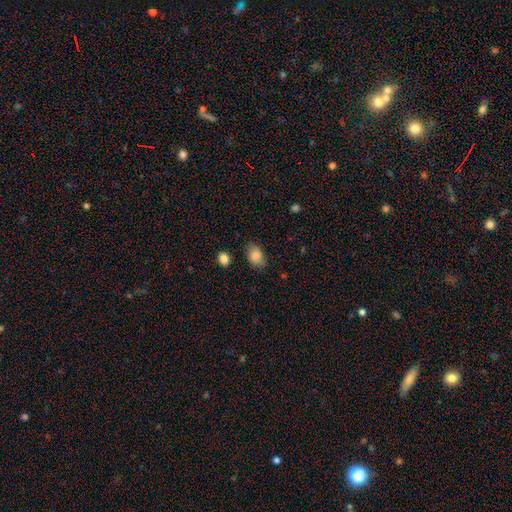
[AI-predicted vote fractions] smooth-or-featured: smooth: 85% | star or artifact: 8% | featured or disk: 7%
  how-rounded: in between: 82% | round: 17% | cigar-shaped: 1%
  merging: none: 76% | minor disturbance: 18% | major disturbance: 4% | merger: 2%